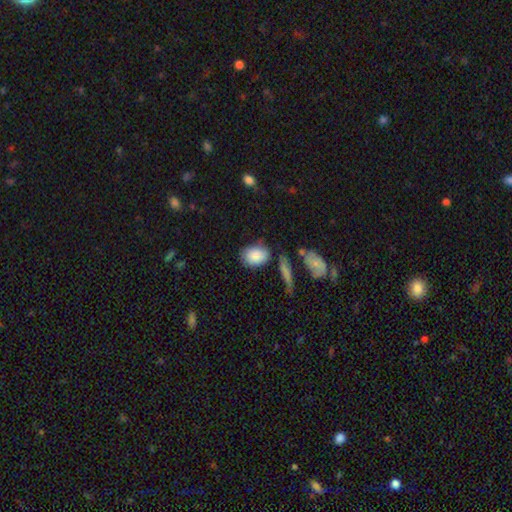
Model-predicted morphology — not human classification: type=smooth (84%); roundness=in between (72%); merging=none (61%).